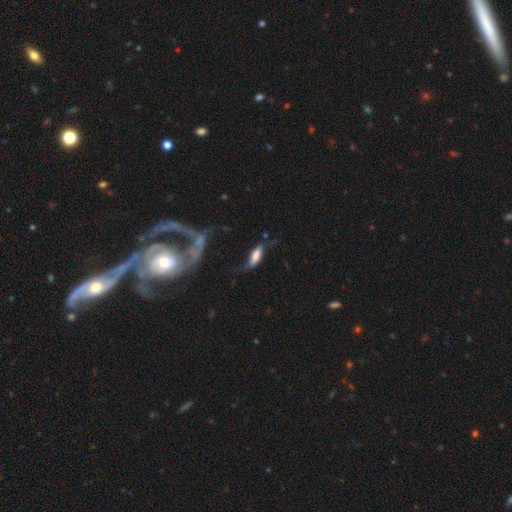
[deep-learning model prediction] A smooth galaxy with no disk features (56%) that is in between round and cigar-shaped (64%).

Vote fractions:
- Smooth or featured? smooth: 56% / featured or disk: 35% / star or artifact: 9%
- How rounded? in between: 64% / cigar-shaped: 33% / round: 3%
- Merging? none: 38% / major disturbance: 27% / minor disturbance: 26% / merger: 8%